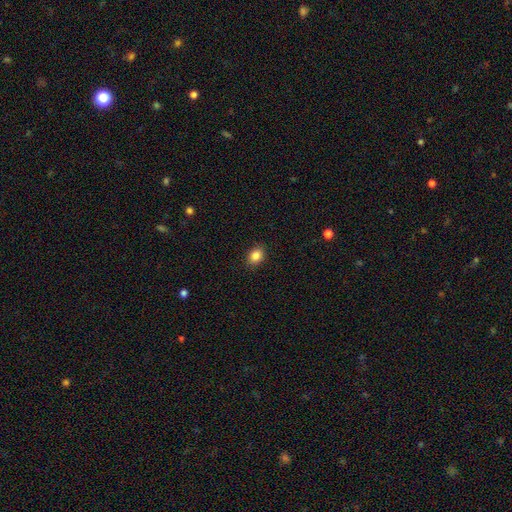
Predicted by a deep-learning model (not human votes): A smooth galaxy with no disk features (85%) that is in between round and cigar-shaped (54%). Merging: none (89%).